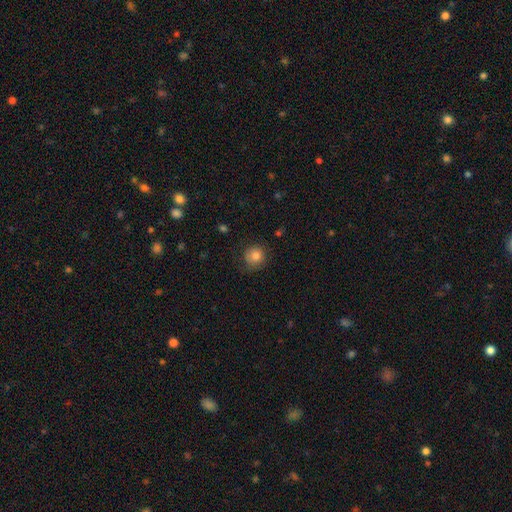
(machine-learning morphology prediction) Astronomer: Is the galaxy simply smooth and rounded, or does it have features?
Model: smooth — 80%.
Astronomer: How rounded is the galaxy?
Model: round — 90%.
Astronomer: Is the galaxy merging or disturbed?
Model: none — 76%.